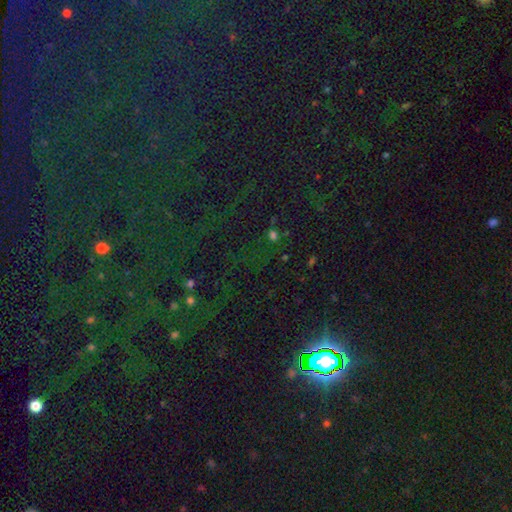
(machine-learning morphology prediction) Overall: star or artifact (83%).